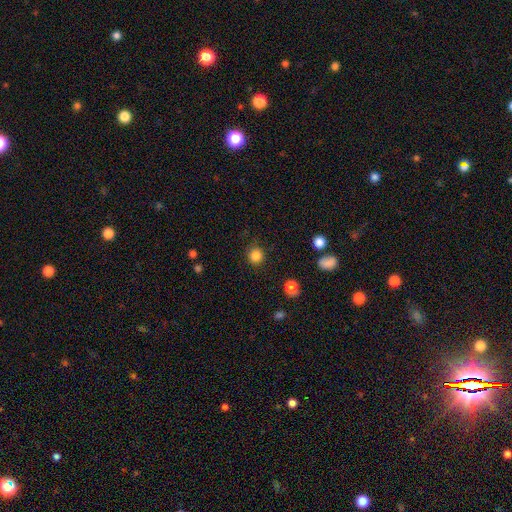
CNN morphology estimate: A smooth galaxy with no disk features (85%) that is round (92%). Merging: none (88%).